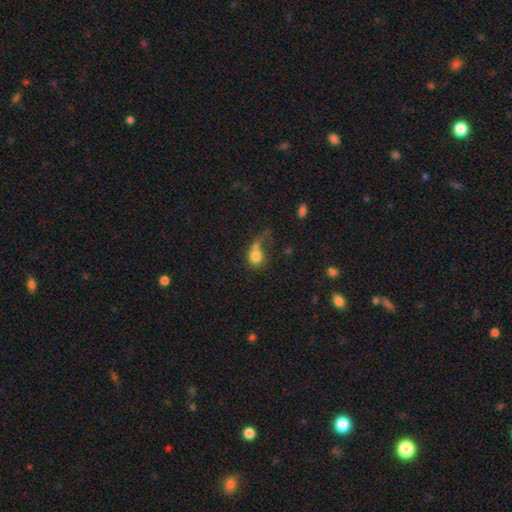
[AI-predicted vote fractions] smooth 75%, featured or disk 15%, star or artifact 10%. Down the decision tree: how rounded — round (74%); merging — merger (35%).